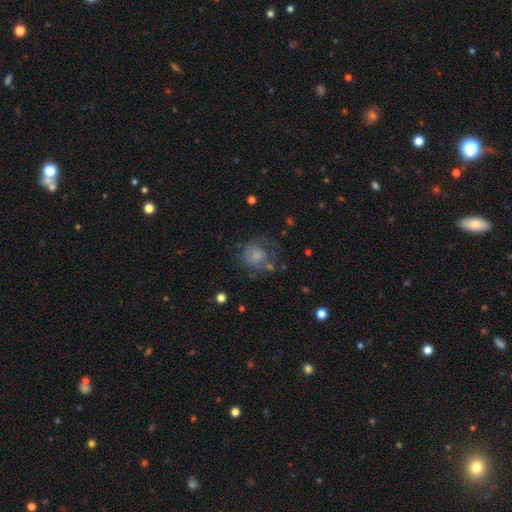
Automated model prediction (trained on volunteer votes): smooth_or_featured: smooth (p=0.64) [alt: featured or disk p=0.26]
how_rounded: round (p=0.77) [alt: in between p=0.22]
merging: none (p=0.45) [alt: major disturbance p=0.27]